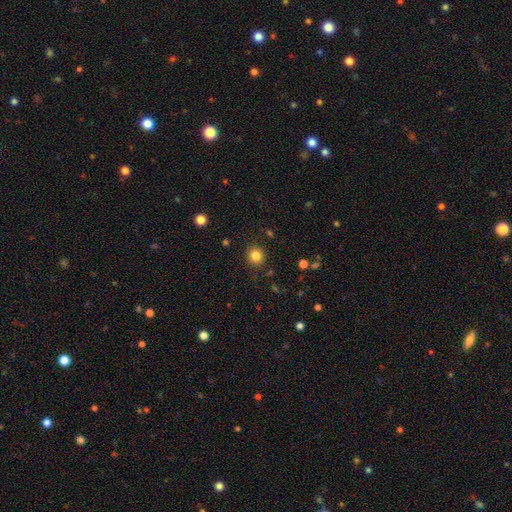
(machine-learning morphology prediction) A smooth galaxy with no disk features (82%) that is round (88%).

Vote fractions:
- Smooth or featured? smooth: 82% / star or artifact: 12% / featured or disk: 6%
- How rounded? round: 88% / in between: 11% / cigar-shaped: 1%
- Merging? none: 87% / minor disturbance: 8% / major disturbance: 3% / merger: 2%